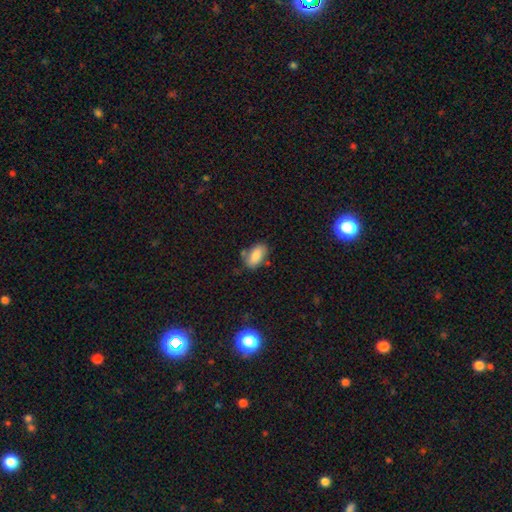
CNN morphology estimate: Smooth or featured: smooth — 82% (featured or disk — 10%)
How rounded: in between — 92% (round — 5%)
Merging: none — 70% (minor disturbance — 18%)